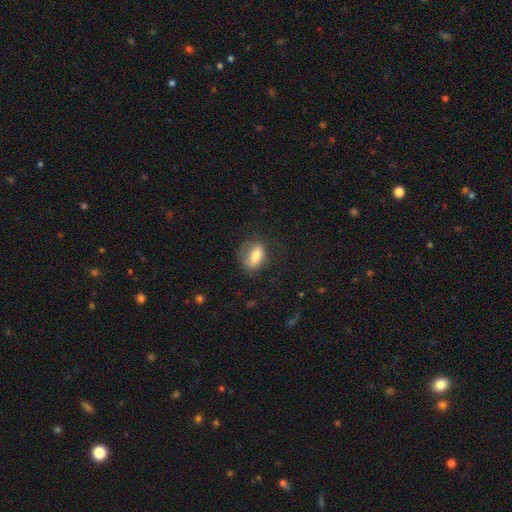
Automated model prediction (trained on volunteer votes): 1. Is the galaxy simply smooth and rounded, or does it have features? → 70% smooth, 22% featured or disk, 8% star or artifact.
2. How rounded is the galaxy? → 80% in between, 14% round, 6% cigar-shaped.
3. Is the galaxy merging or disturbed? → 65% none, 22% minor disturbance, 12% major disturbance, 2% merger.